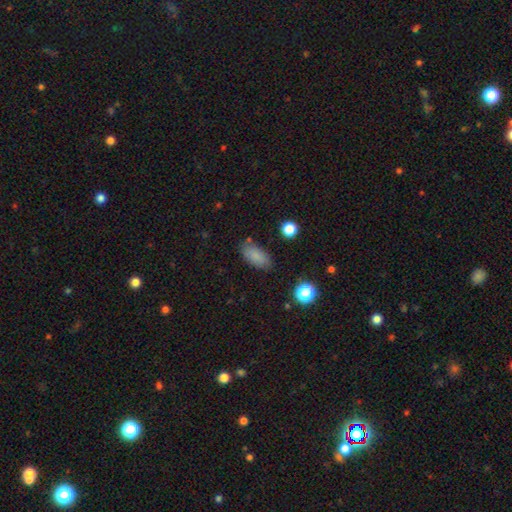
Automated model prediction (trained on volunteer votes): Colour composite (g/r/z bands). It shows a smooth galaxy with no disk features (84%) that is in between round and cigar-shaped (89%). Merging: none (79%).